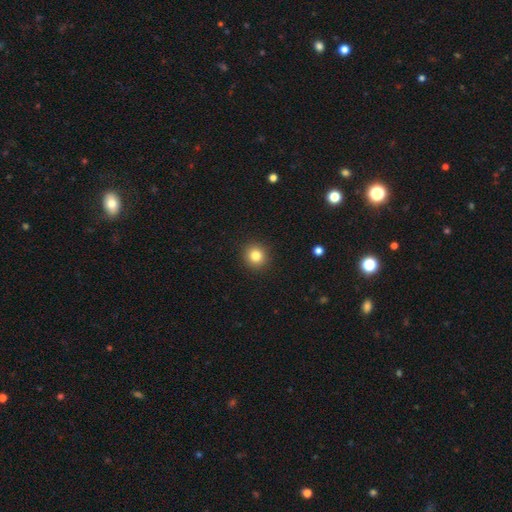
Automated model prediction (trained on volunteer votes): Morphology: type=smooth (83%); roundness=round (89%); merging=none (92%).